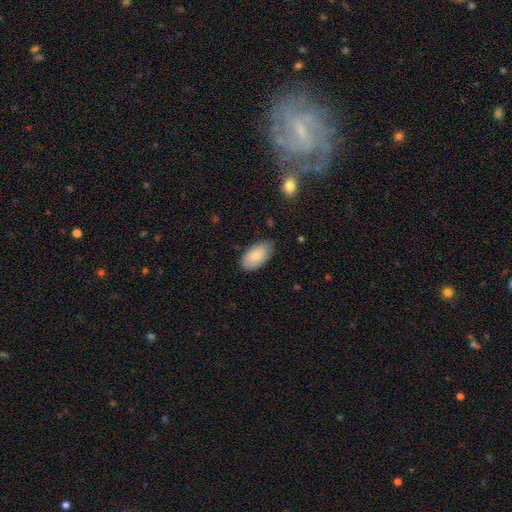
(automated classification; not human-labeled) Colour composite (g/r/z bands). It shows a smooth galaxy with no disk features (85%) that is in between round and cigar-shaped (95%). Merging: none (81%).